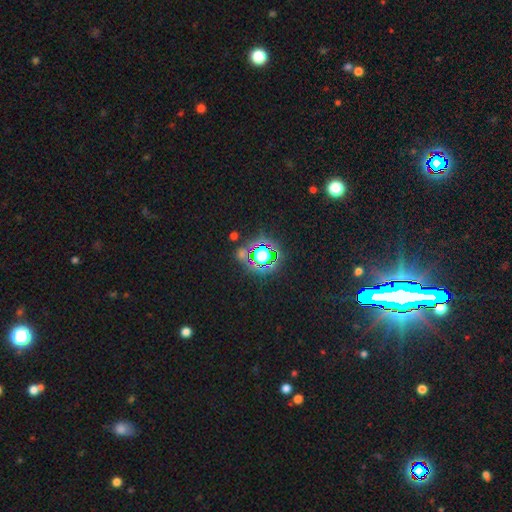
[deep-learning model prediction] Q: Smooth or featured?
A: star or artifact (80%); runner-up: smooth (12%)